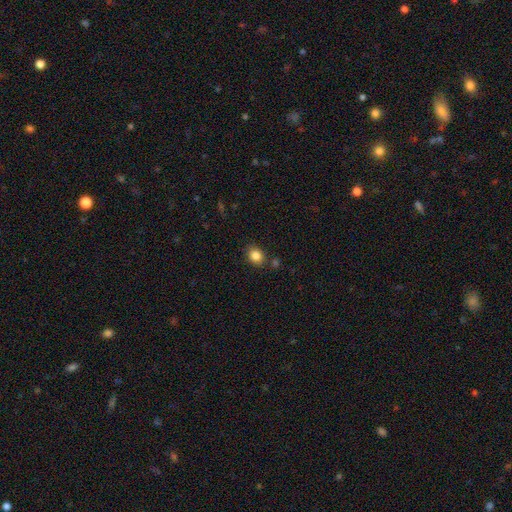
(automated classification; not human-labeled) A smooth galaxy with no disk features (84%) that is round (61%). Merging: none (81%).